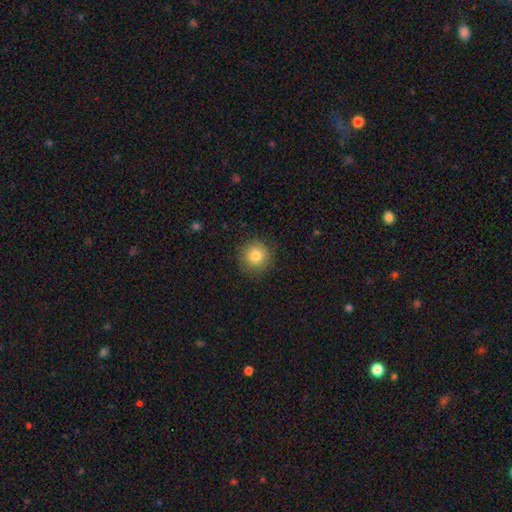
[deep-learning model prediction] Overall: smooth (83%). How rounded: round (94%). Merging: none (89%).